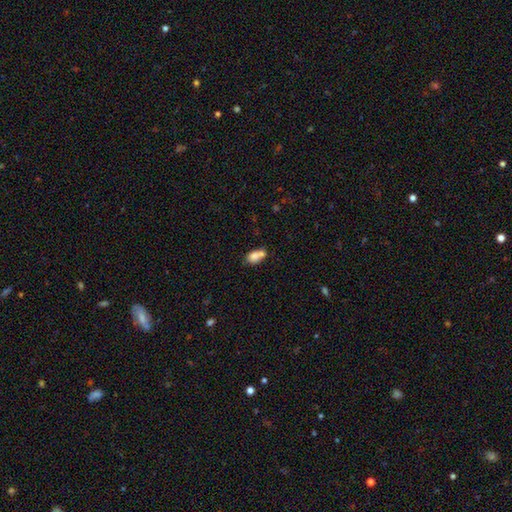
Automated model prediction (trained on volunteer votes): Smooth or featured? smooth (77%)
How rounded? in between (80%)
Merging? merger (47%)